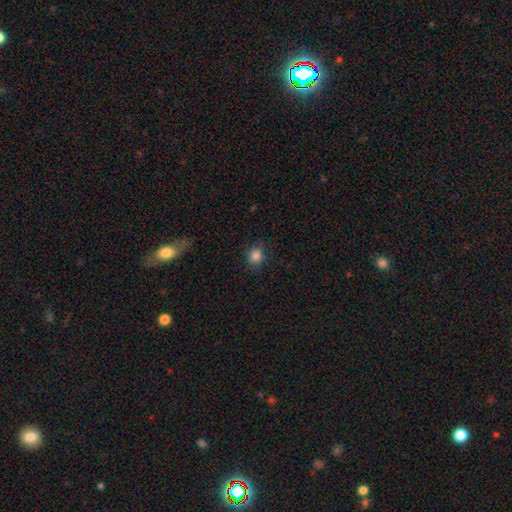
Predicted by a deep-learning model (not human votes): Q: Smooth or featured?
A: smooth (85%); runner-up: star or artifact (11%)
Q: How rounded?
A: round (71%); runner-up: in between (28%)
Q: Merging?
A: none (82%); runner-up: minor disturbance (13%)